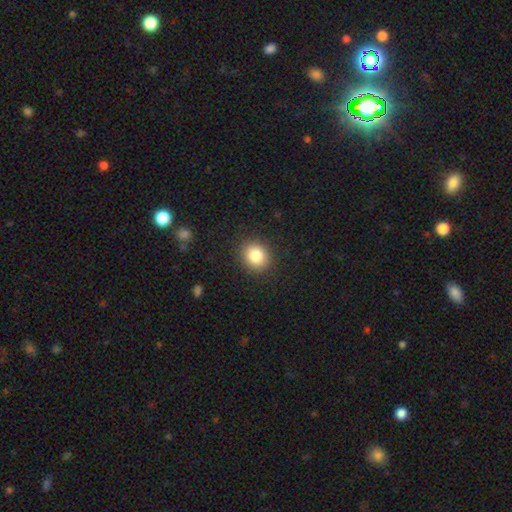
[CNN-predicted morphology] type=smooth (83%); roundness=round (74%); merging=none (90%).